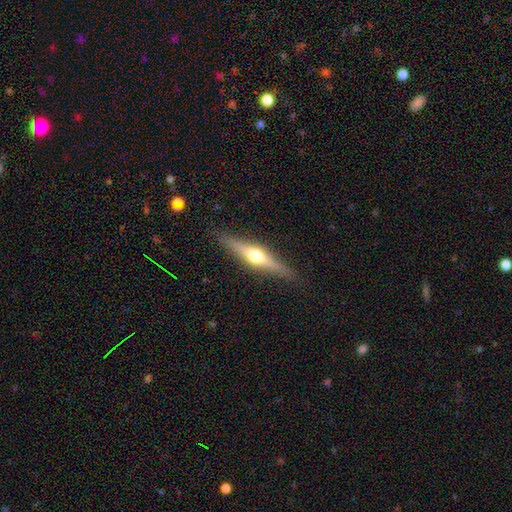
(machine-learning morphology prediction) This appears to be a featured or disk galaxy (69%) viewed edge-on (97%) with a rounded central bulge (94%). Merging: none (89%).